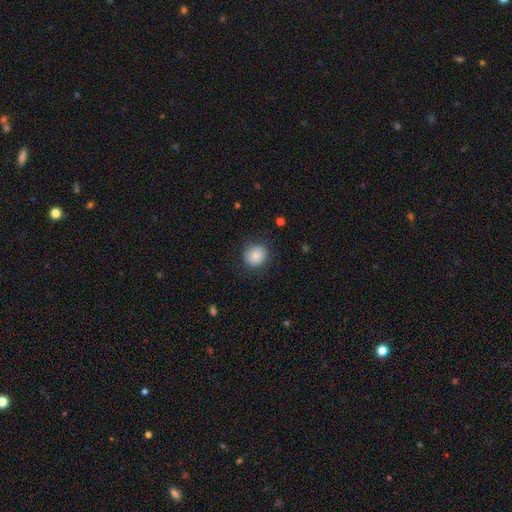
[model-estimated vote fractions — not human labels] A smooth galaxy with no disk features (86%) that is round (86%).

Vote fractions:
- Smooth or featured? smooth: 86% / star or artifact: 8% / featured or disk: 6%
- How rounded? round: 86% / in between: 13% / cigar-shaped: 1%
- Merging? none: 84% / minor disturbance: 11% / major disturbance: 4% / merger: 1%